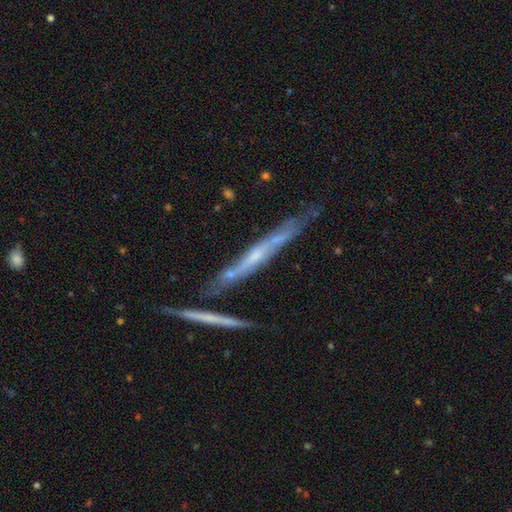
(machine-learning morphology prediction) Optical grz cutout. It shows a featured or disk galaxy (73%) viewed edge-on (89%) with no central bulge (65%). Merging: none (70%).